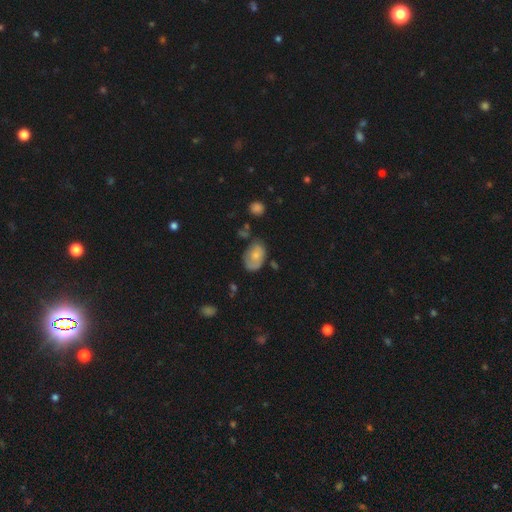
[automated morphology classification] The model was most divided on "merging": none: 54%, minor disturbance: 30%, major disturbance: 11%, merger: 4%. More confident: how rounded — in between (85%); smooth or featured — smooth (63%).